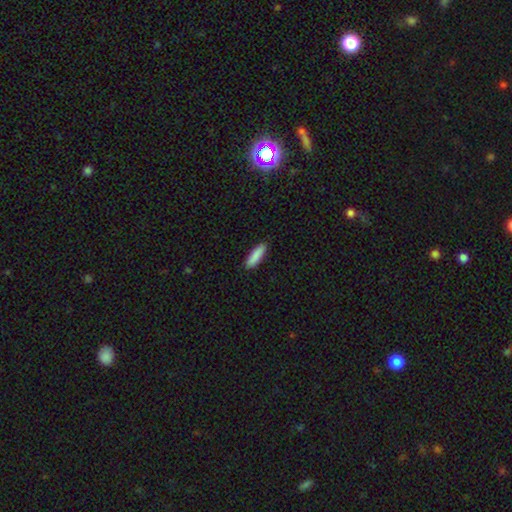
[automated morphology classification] Overall: smooth (89%). How rounded: cigar-shaped (62%; in between 36%). Merging: none (89%).